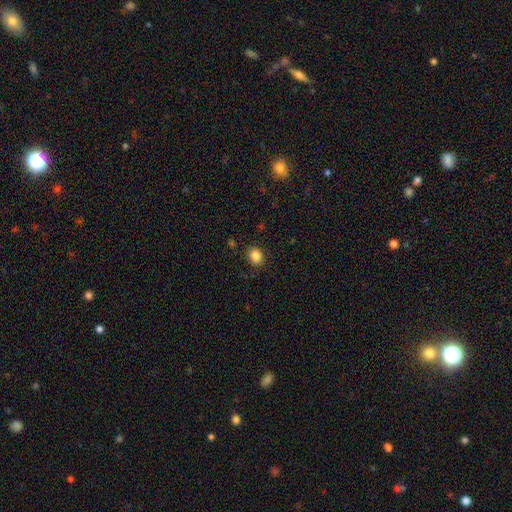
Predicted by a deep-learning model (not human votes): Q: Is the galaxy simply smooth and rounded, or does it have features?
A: smooth — 86%.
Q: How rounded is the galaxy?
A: round — 50%.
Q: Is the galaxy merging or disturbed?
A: none — 87%.